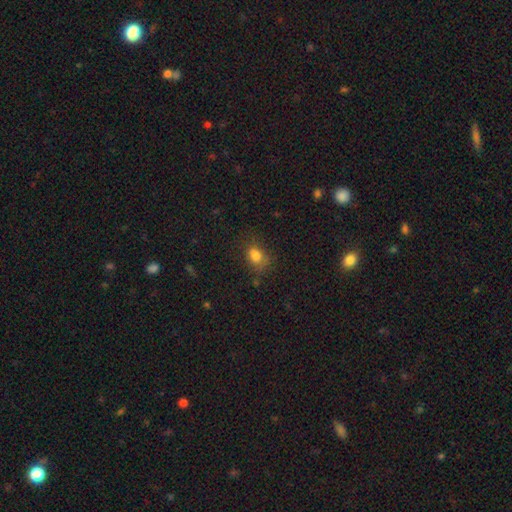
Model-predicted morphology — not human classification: smooth 77%, star or artifact 13%, featured or disk 10%. Down the decision tree: how rounded — in between (59%); merging — none (53%).